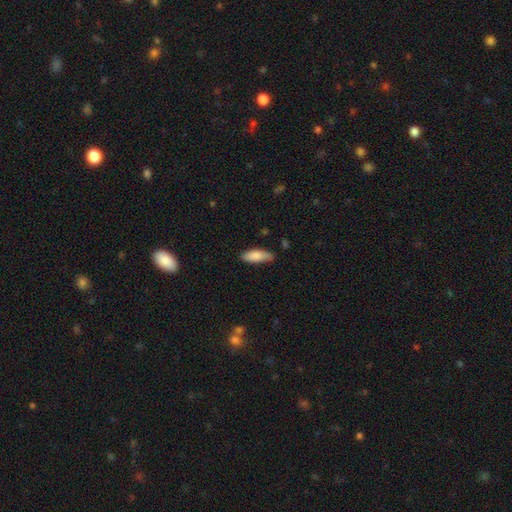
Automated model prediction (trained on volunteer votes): Smooth or featured: smooth — 84% (featured or disk — 10%)
How rounded: in between — 67% (cigar-shaped — 31%)
Merging: none — 75% (minor disturbance — 20%)